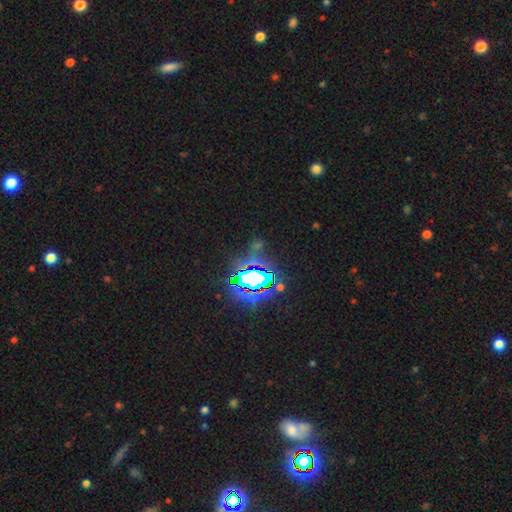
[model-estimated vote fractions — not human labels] star or artifact 82%, smooth 11%, featured or disk 7%.